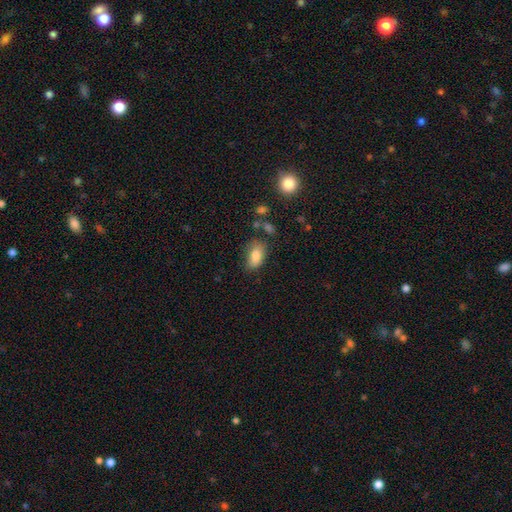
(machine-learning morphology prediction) type=smooth (83%); roundness=in between (90%); merging=none (67%).